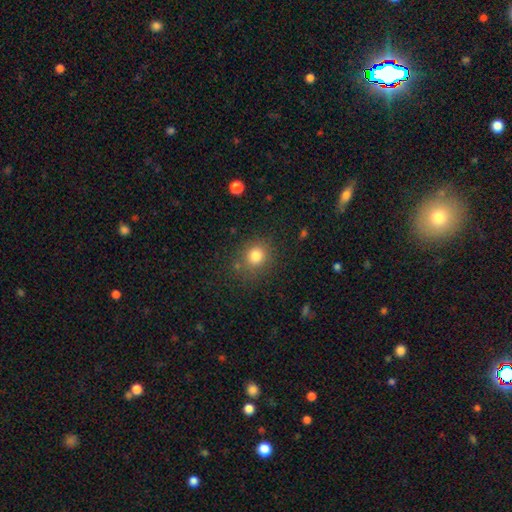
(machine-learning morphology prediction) This appears to be a smooth galaxy with no disk features (81%) that is round (80%). Merging: none (79%).